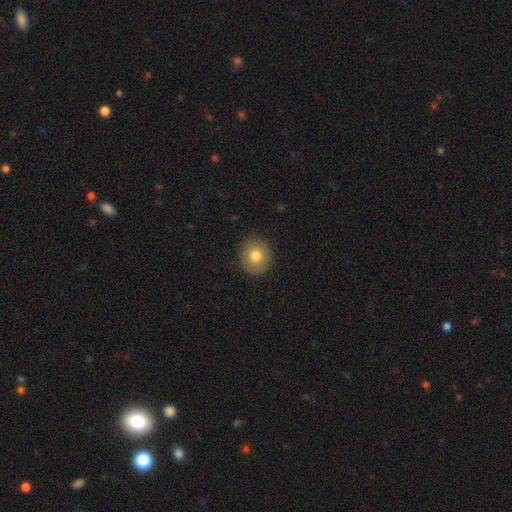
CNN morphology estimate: A smooth galaxy with no disk features (79%) that is round (83%).

Vote fractions:
- Smooth or featured? smooth: 79% / featured or disk: 11% / star or artifact: 9%
- How rounded? round: 83% / in between: 17% / cigar-shaped: 1%
- Merging? none: 90% / minor disturbance: 7% / major disturbance: 2% / merger: 1%